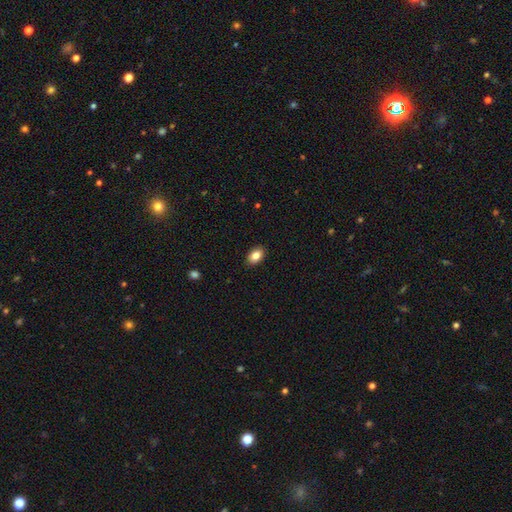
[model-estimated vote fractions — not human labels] This is clearly a smooth galaxy (84%). How rounded: clearly in between (88%). Merging: clearly none (89%).